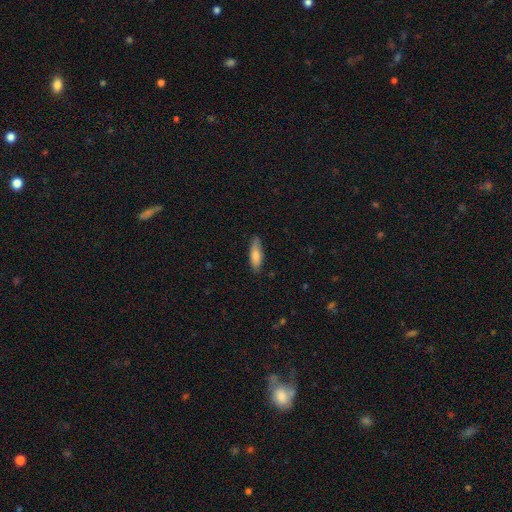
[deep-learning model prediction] Smooth or featured: smooth — 78% (featured or disk — 16%)
How rounded: cigar-shaped — 51% (in between — 47%)
Merging: none — 80% (minor disturbance — 16%)